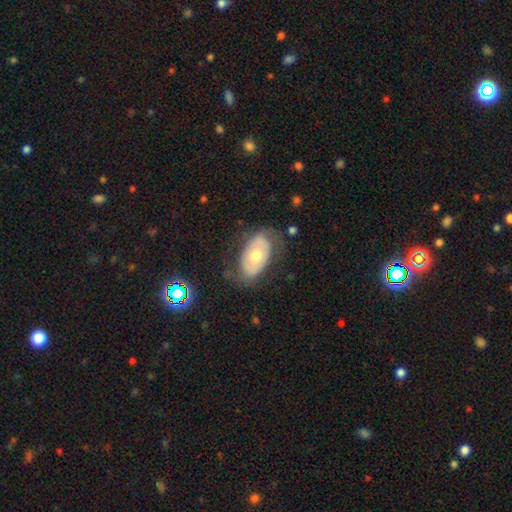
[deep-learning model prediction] A featured or disk galaxy (47%). Merging: none (68%).